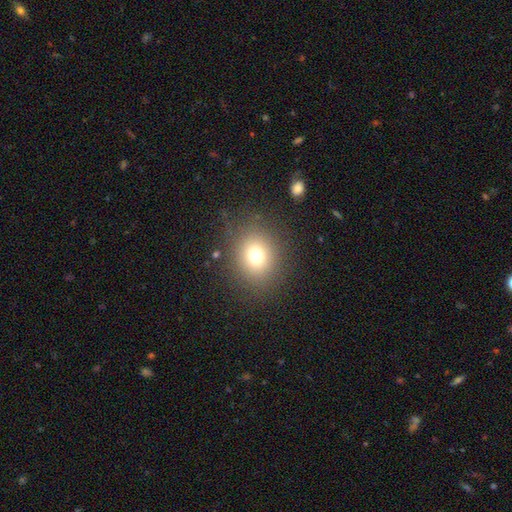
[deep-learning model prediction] A smooth galaxy with no disk features (73%) that is round (72%). Merging: none (85%).